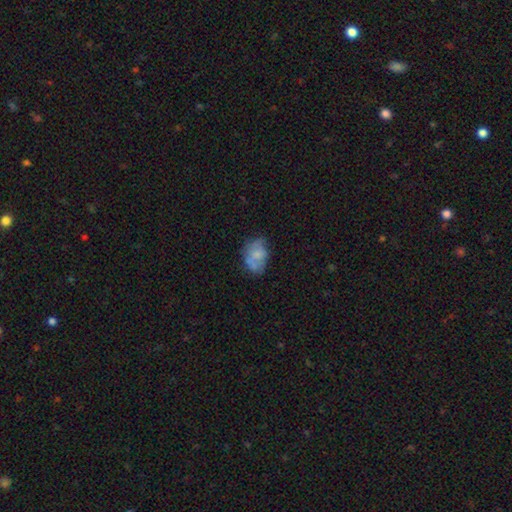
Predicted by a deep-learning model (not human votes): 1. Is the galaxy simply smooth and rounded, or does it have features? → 58% smooth, 32% featured or disk, 9% star or artifact.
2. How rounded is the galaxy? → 81% in between, 18% round, 1% cigar-shaped.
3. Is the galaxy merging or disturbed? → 45% none, 29% minor disturbance, 15% major disturbance, 11% merger.